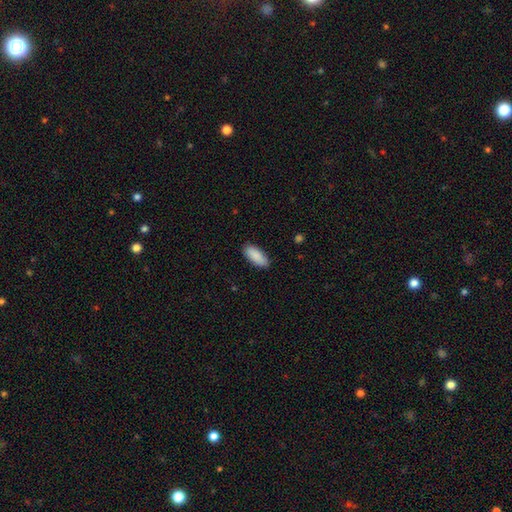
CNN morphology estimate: This is clearly a smooth galaxy (90%). How rounded: clearly in between (82%). Merging: clearly none (88%).